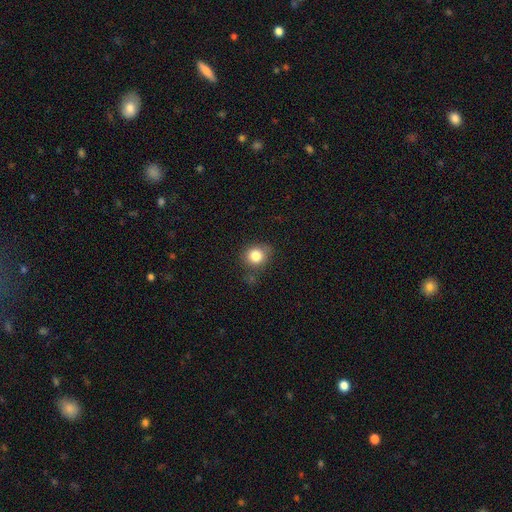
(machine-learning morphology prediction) smooth 82%, star or artifact 11%, featured or disk 7%. Down the decision tree: how rounded — round (77%); merging — none (69%).